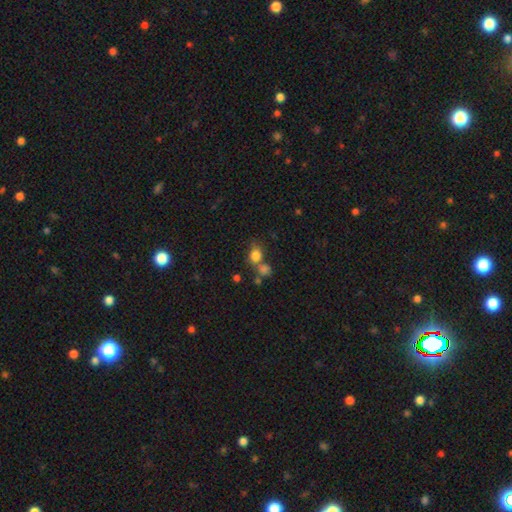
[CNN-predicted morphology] The model was most divided on "merging": none: 47%, merger: 33%, minor disturbance: 13%, major disturbance: 7%. More confident: smooth or featured — smooth (78%); how rounded — round (61%).